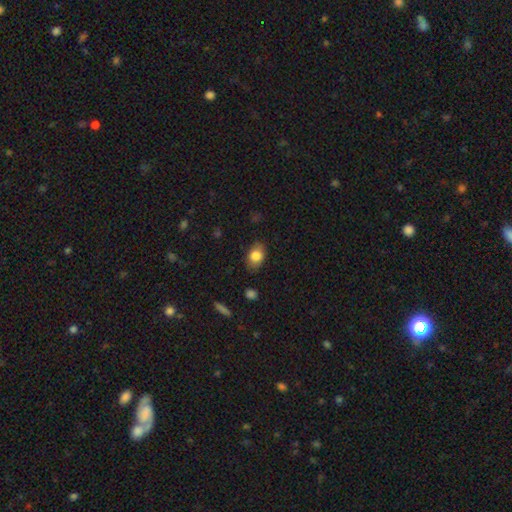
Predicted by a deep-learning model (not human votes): Smooth or featured: smooth — 82% (featured or disk — 10%)
How rounded: in between — 80% (round — 18%)
Merging: none — 82% (minor disturbance — 14%)